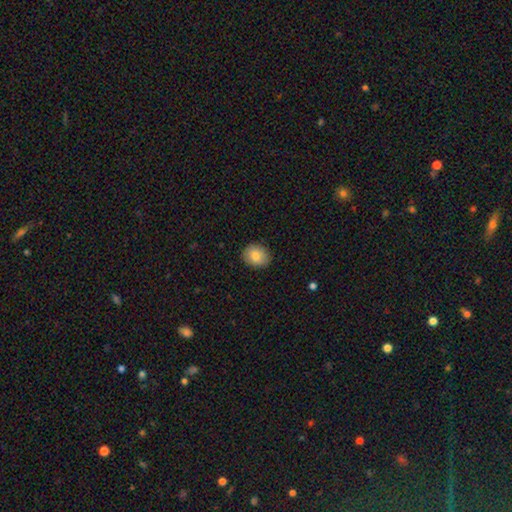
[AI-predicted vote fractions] Smooth or featured? Predicted: smooth (p=0.84). How rounded? Predicted: round (p=0.54). Merging? Predicted: none (p=0.88).